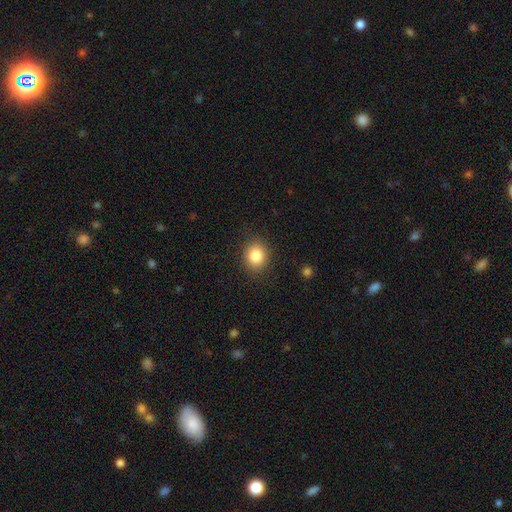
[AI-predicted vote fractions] This is clearly a smooth galaxy (85%). How rounded: likely round (70%). Merging: clearly none (88%).